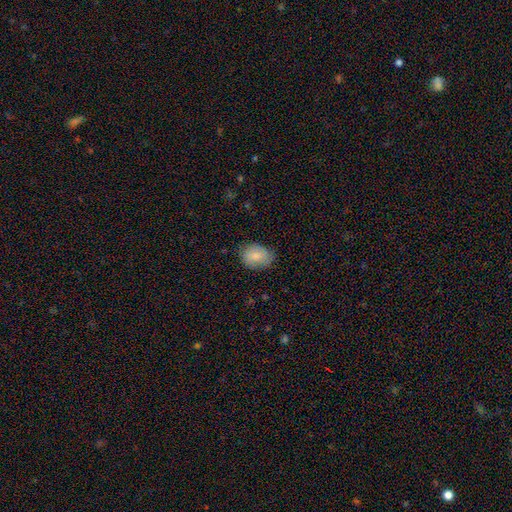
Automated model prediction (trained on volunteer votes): smooth_or_featured: smooth (p=0.83) [alt: featured or disk p=0.10]
how_rounded: in between (p=0.69) [alt: round p=0.30]
merging: none (p=0.77) [alt: minor disturbance p=0.19]